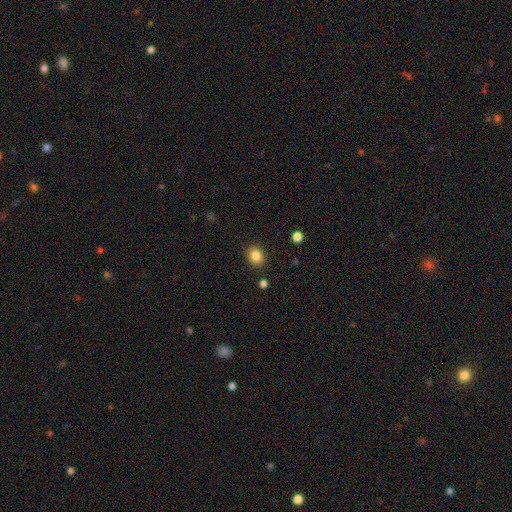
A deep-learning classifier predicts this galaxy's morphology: Overall: smooth (85%). How rounded: round (61%; in between 38%). Merging: none (88%).